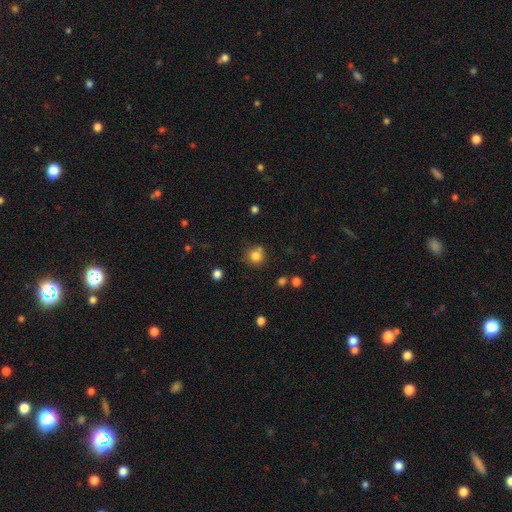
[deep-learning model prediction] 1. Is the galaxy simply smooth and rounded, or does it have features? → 81% smooth, 13% star or artifact, 6% featured or disk.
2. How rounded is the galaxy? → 92% round, 7% in between, 1% cigar-shaped.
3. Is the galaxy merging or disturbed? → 74% none, 12% merger, 11% minor disturbance, 3% major disturbance.